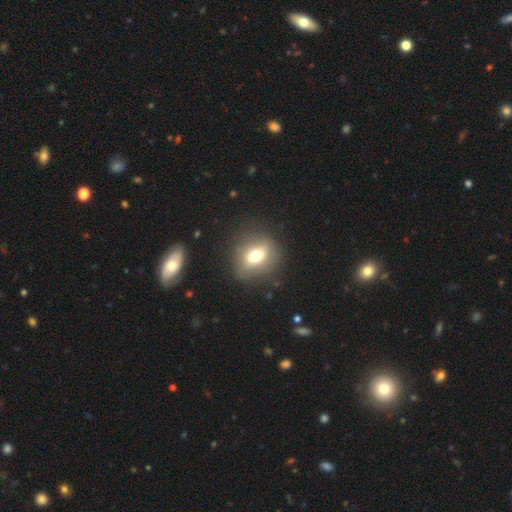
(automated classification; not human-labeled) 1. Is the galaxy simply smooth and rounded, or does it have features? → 67% smooth, 21% featured or disk, 12% star or artifact.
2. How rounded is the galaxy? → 58% round, 40% in between, 2% cigar-shaped.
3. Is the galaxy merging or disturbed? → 81% none, 12% minor disturbance, 5% major disturbance, 2% merger.